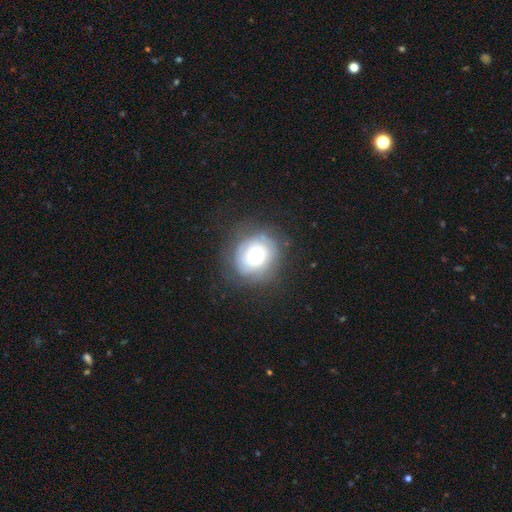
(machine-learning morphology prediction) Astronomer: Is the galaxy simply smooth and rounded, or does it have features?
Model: featured or disk — 47% (runner-up: smooth, 43%).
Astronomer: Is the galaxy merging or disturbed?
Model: none — 70%.